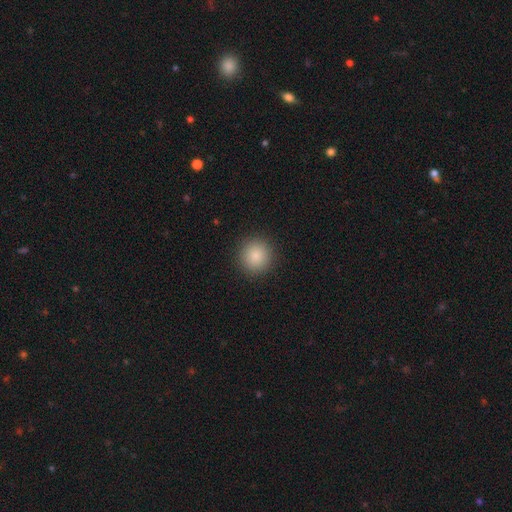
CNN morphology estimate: smooth_or_featured: smooth (p=0.86) [alt: star or artifact p=0.09]
how_rounded: round (p=0.93) [alt: in between p=0.06]
merging: none (p=0.91) [alt: minor disturbance p=0.06]